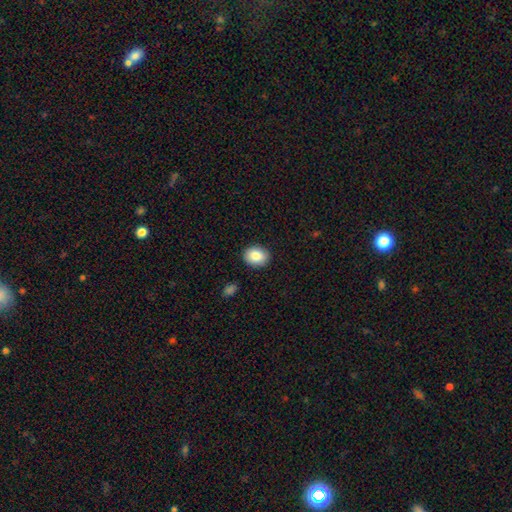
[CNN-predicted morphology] A smooth galaxy with no disk features (85%) that is in between round and cigar-shaped (54%). Merging: none (90%).